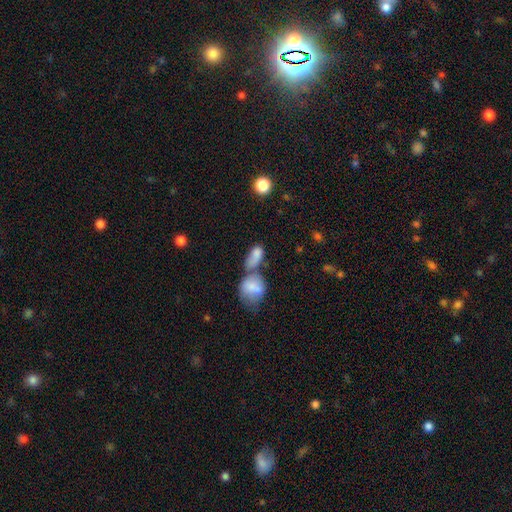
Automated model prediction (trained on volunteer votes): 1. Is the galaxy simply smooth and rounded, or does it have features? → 77% smooth, 14% featured or disk, 9% star or artifact.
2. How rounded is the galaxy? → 81% in between, 14% round, 5% cigar-shaped.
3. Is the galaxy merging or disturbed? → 64% merger, 17% none, 10% minor disturbance, 9% major disturbance.